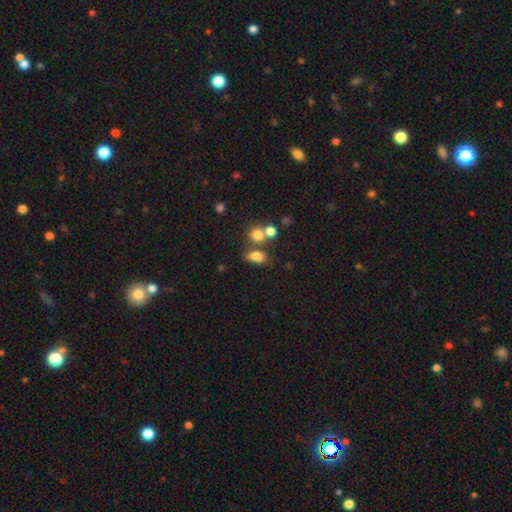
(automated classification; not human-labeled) A smooth galaxy with no disk features (77%) that is in between round and cigar-shaped (74%).

Vote fractions:
- Smooth or featured? smooth: 77% / star or artifact: 14% / featured or disk: 9%
- How rounded? in between: 74% / round: 23% / cigar-shaped: 3%
- Merging? none: 52% / merger: 27% / minor disturbance: 14% / major disturbance: 7%